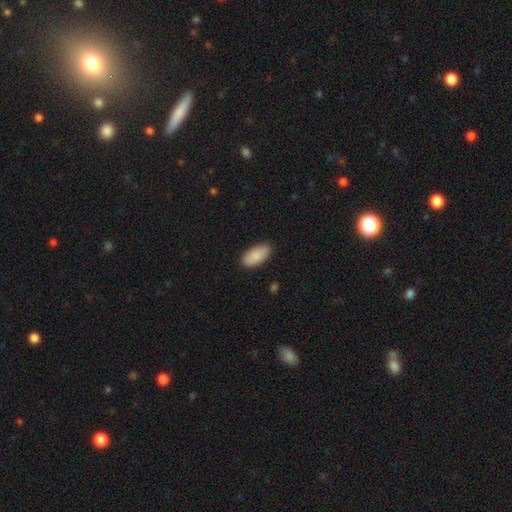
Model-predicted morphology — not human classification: Overall: smooth (86%). How rounded: in between (94%). Merging: none (85%).